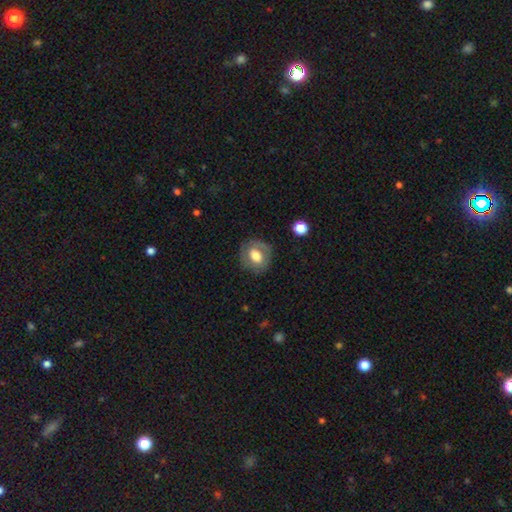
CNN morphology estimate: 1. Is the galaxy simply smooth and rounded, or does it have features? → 50% smooth, 43% featured or disk, 7% star or artifact.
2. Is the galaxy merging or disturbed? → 77% none, 15% minor disturbance, 6% major disturbance, 1% merger.